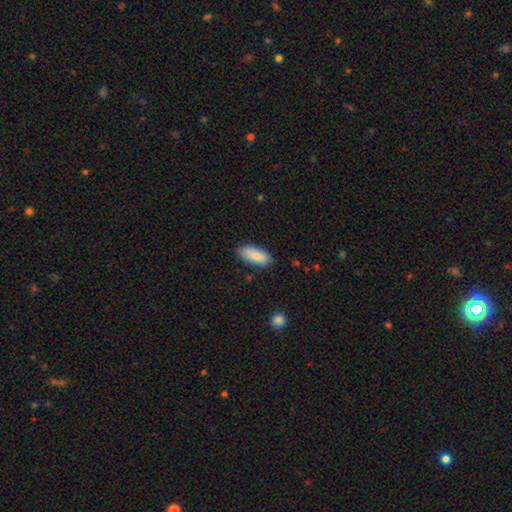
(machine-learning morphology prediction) smooth-or-featured: smooth: 83% | featured or disk: 10% | star or artifact: 6%
  how-rounded: in between: 84% | cigar-shaped: 14% | round: 2%
  merging: none: 84% | minor disturbance: 12% | major disturbance: 2% | merger: 1%